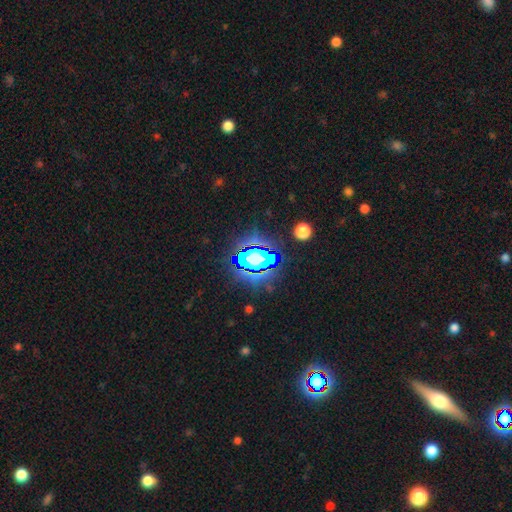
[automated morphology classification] Smooth or featured? star or artifact (79%)